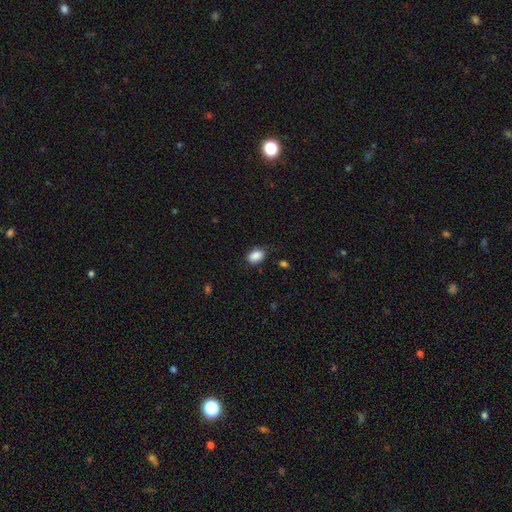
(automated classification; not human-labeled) Smooth or featured? Predicted: smooth (p=0.88). How rounded? Predicted: in between (p=0.78). Merging? Predicted: none (p=0.77).